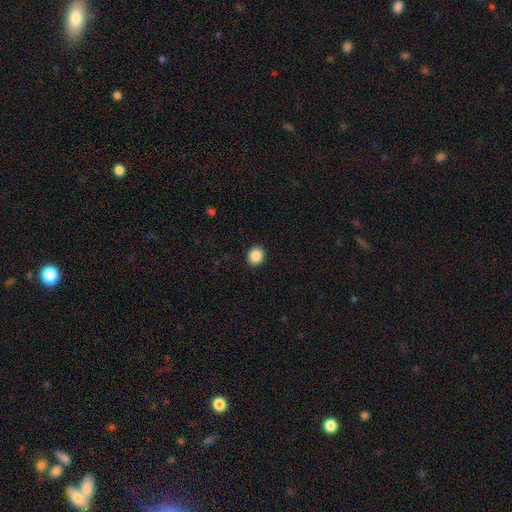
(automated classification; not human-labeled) Smooth or featured?
  - smooth: 88% *
  - star or artifact: 9%
  - featured or disk: 3%
How rounded?
  - round: 71% *
  - in between: 28%
  - cigar-shaped: 1%
Merging?
  - none: 92% *
  - minor disturbance: 5%
  - major disturbance: 2%
  - merger: 1%